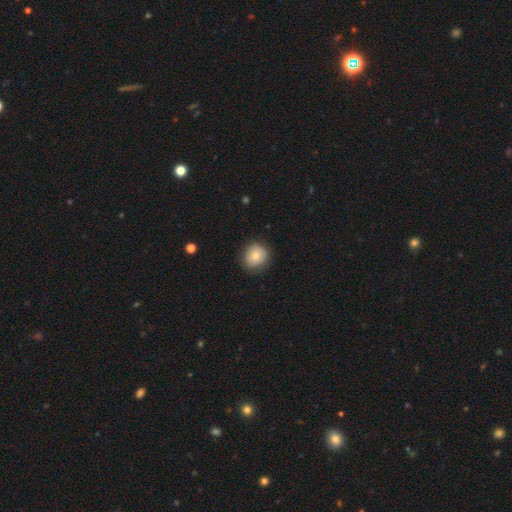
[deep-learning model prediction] This appears to be a smooth galaxy with no disk features (76%) that is round (86%). Merging: none (82%).